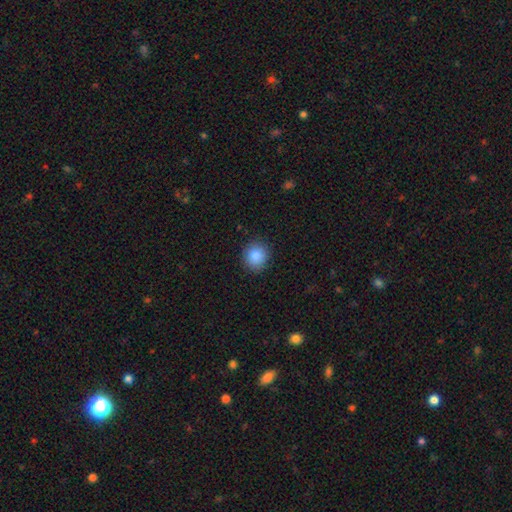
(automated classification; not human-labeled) Q: Smooth or featured?
A: smooth (88%); runner-up: star or artifact (8%)
Q: How rounded?
A: round (85%); runner-up: in between (14%)
Q: Merging?
A: none (89%); runner-up: minor disturbance (8%)